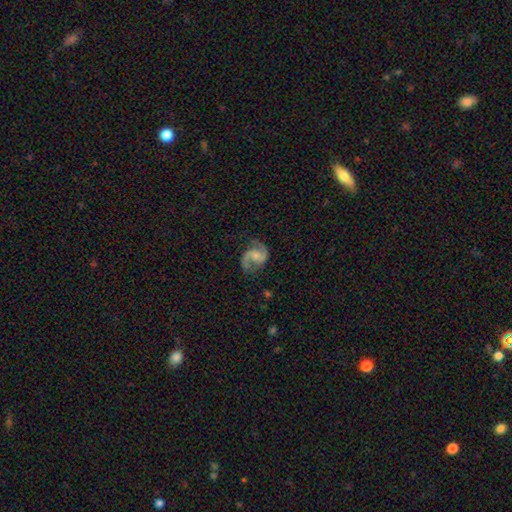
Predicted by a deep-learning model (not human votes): The model was most divided on "bulge size": moderate: 41%, small: 40%, none: 14%, large: 3%, dominant: 1%. More confident: edge-on disk — no (98%); spiral arms — yes (98%); spiral arm count — 2 (94%); smooth or featured — featured or disk (91%); merging — none (77%); spiral winding — medium (61%); bar — no (56%).